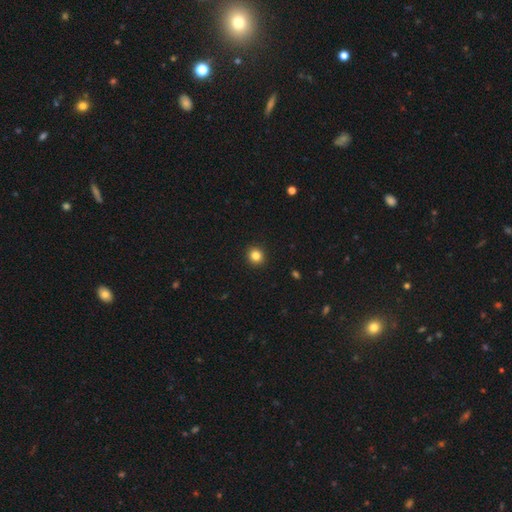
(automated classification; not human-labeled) Smooth or featured?
  - smooth: 83% *
  - star or artifact: 12%
  - featured or disk: 5%
How rounded?
  - round: 92% *
  - in between: 7%
  - cigar-shaped: 1%
Merging?
  - none: 93% *
  - minor disturbance: 4%
  - major disturbance: 2%
  - merger: 1%